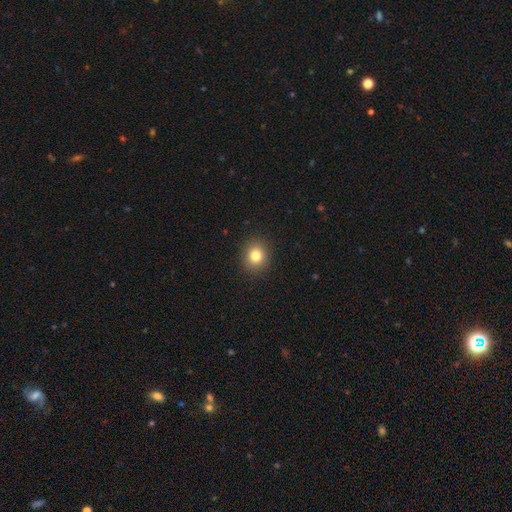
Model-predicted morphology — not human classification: smooth_or_featured: smooth (p=0.82) [alt: star or artifact p=0.11]
how_rounded: round (p=0.75) [alt: in between p=0.24]
merging: none (p=0.90) [alt: minor disturbance p=0.07]